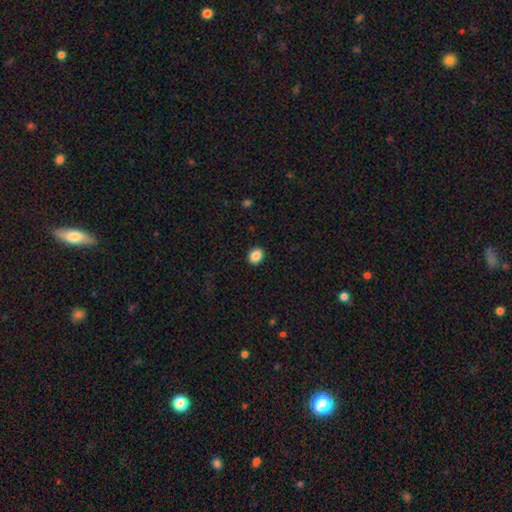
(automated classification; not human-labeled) smooth 88%, star or artifact 9%, featured or disk 4%. Down the decision tree: how rounded — round (57%); merging — none (91%).